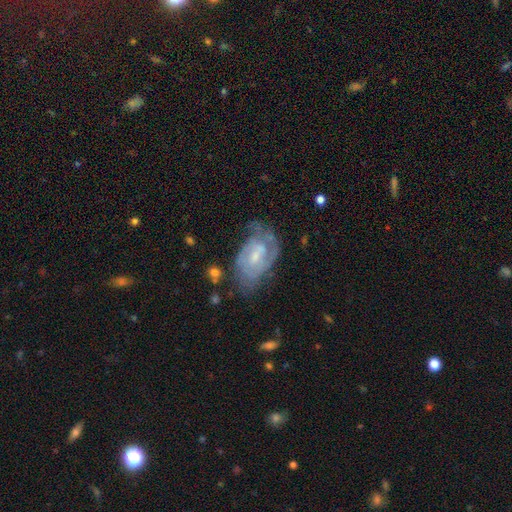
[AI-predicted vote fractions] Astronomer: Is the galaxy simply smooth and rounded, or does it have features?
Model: featured or disk — 77%.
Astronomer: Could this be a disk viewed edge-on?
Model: no — 96%.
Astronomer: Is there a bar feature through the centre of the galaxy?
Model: weak — 51% (runner-up: no, 38%).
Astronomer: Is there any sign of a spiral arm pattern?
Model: yes — 87%.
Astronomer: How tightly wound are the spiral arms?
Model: tight — 51% (runner-up: medium, 38%).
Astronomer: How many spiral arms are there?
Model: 2 — 47% (runner-up: can't tell, 32%).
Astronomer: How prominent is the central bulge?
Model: small — 48% (runner-up: moderate, 40%).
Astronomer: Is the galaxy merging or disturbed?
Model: none — 52% (runner-up: minor disturbance, 27%).